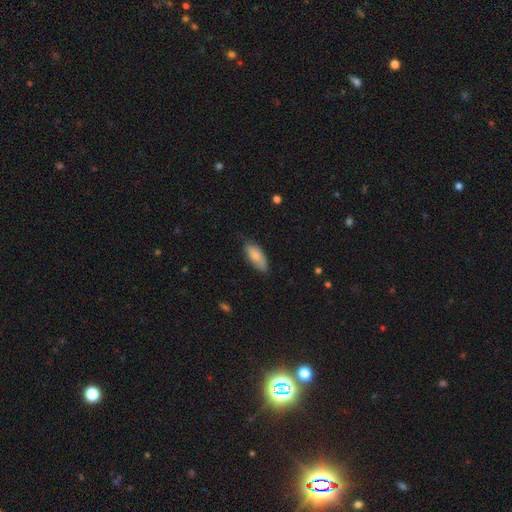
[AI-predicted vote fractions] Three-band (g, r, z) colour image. It shows a smooth galaxy with no disk features (82%) that is in between round and cigar-shaped (85%). Merging: none (70%).